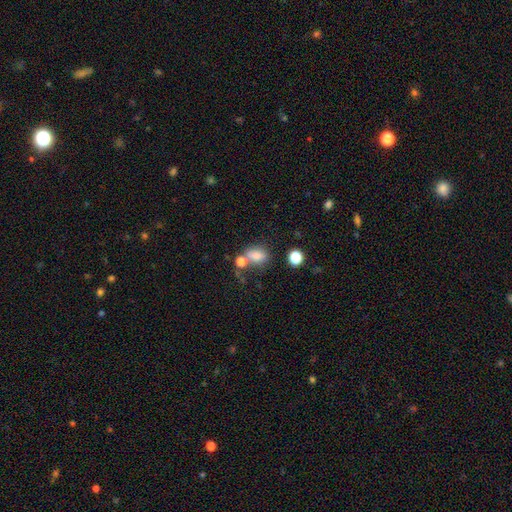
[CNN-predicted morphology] Q: Smooth or featured?
A: smooth (76%); runner-up: star or artifact (13%)
Q: How rounded?
A: in between (70%); runner-up: round (27%)
Q: Merging?
A: none (43%); runner-up: merger (32%)